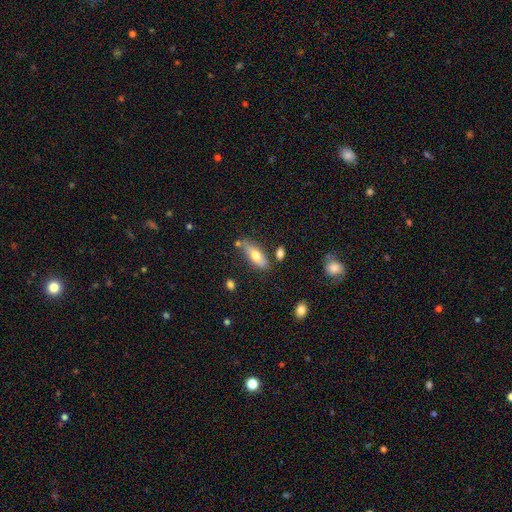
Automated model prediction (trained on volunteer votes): smooth_or_featured: smooth (p=0.63) [alt: featured or disk p=0.31]
how_rounded: in between (p=0.73) [alt: cigar-shaped p=0.24]
merging: none (p=0.65) [alt: minor disturbance p=0.20]